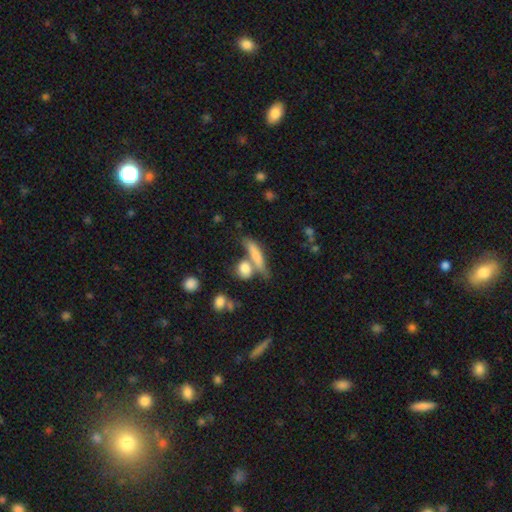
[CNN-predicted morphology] smooth-or-featured: smooth: 66% | featured or disk: 25% | star or artifact: 9%
  how-rounded: cigar-shaped: 75% | in between: 18% | round: 7%
  merging: none: 55% | merger: 27% | minor disturbance: 12% | major disturbance: 5%